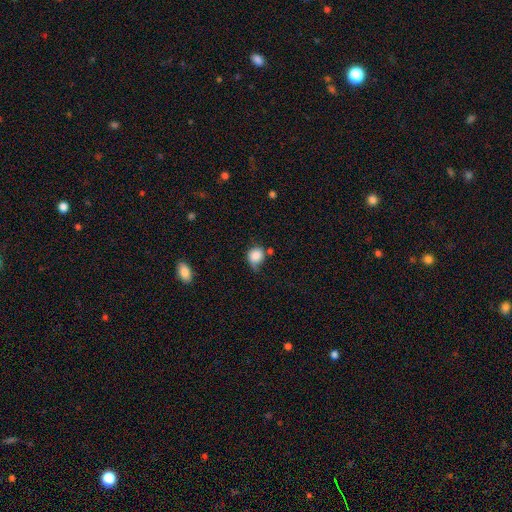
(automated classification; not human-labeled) Q: Smooth or featured?
A: smooth (84%); runner-up: star or artifact (9%)
Q: How rounded?
A: round (71%); runner-up: in between (28%)
Q: Merging?
A: none (39%); runner-up: minor disturbance (38%)